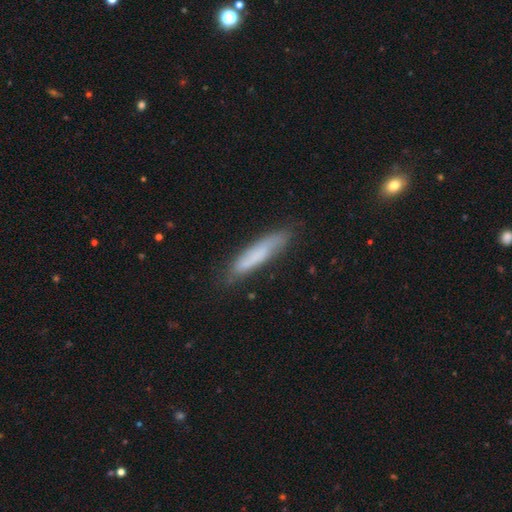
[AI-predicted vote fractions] smooth-or-featured: smooth: 65% | featured or disk: 28% | star or artifact: 7%
  how-rounded: cigar-shaped: 87% | in between: 12% | round: 1%
  merging: none: 77% | minor disturbance: 17% | major disturbance: 4% | merger: 2%